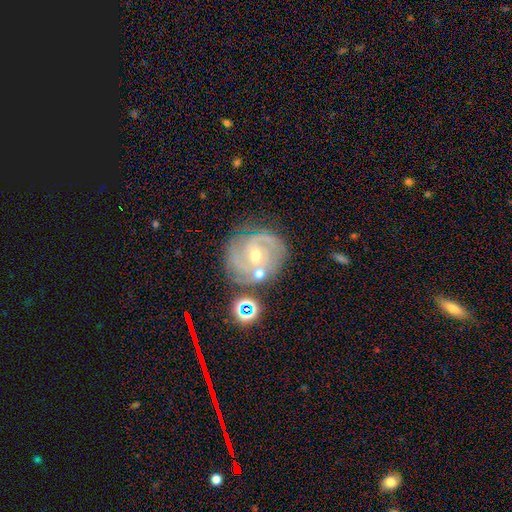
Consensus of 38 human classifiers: Volunteers were most divided on "spiral arm count": 3: 48%, can't tell: 26%, 2: 23%, 4: 3%, 1: 0%, more than 4: 0%. More confident: edge-on disk — no (97%); spiral arms — yes (97%); smooth or featured — featured or disk (87%); merging — none (78%); spiral winding — tight (77%); bulge size — moderate (72%); bar — no (66%).